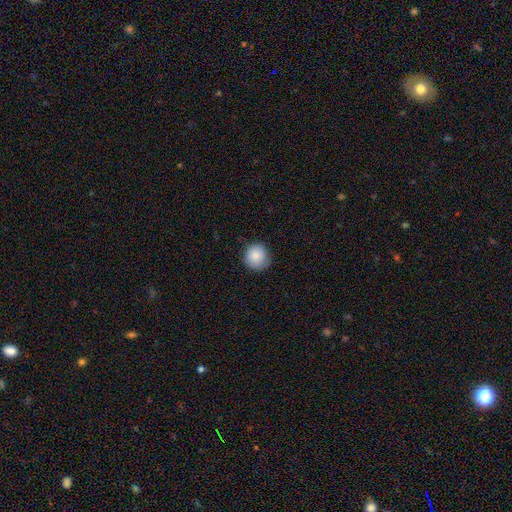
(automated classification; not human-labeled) smooth-or-featured: smooth: 86% | star or artifact: 8% | featured or disk: 5%
  how-rounded: round: 93% | in between: 6% | cigar-shaped: 1%
  merging: none: 82% | minor disturbance: 15% | major disturbance: 3% | merger: 1%